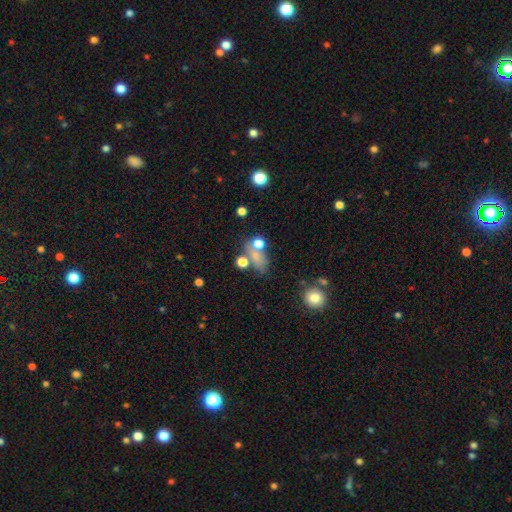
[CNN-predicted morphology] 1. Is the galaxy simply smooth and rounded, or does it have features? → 63% smooth, 20% star or artifact, 17% featured or disk.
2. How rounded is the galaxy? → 64% in between, 30% round, 6% cigar-shaped.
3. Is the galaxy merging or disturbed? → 45% none, 28% merger, 15% minor disturbance, 11% major disturbance.